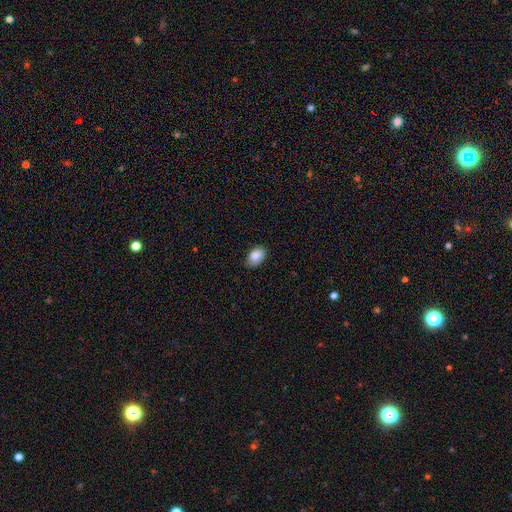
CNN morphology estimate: Smooth or featured?
  - smooth: 88% *
  - star or artifact: 7%
  - featured or disk: 5%
How rounded?
  - in between: 87% *
  - round: 12%
  - cigar-shaped: 1%
Merging?
  - none: 85% *
  - minor disturbance: 12%
  - major disturbance: 2%
  - merger: 1%